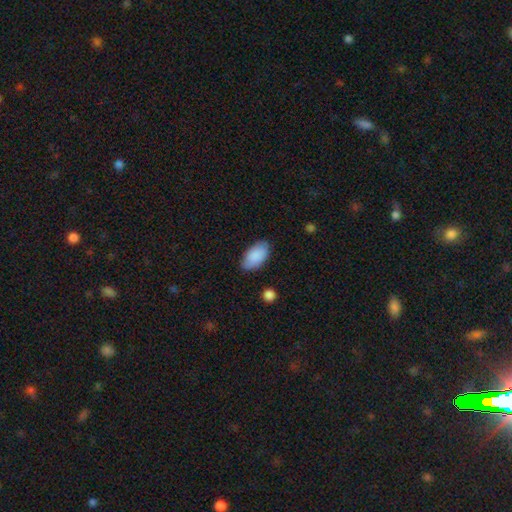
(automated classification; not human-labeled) The model was most divided on "merging": none: 81%, minor disturbance: 15%, major disturbance: 3%, merger: 1%. More confident: how rounded — in between (95%); smooth or featured — smooth (88%).